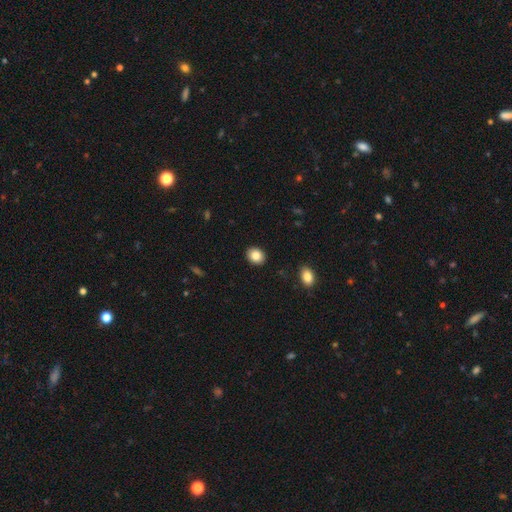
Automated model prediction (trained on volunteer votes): Q: Smooth or featured?
A: smooth (84%); runner-up: star or artifact (9%)
Q: How rounded?
A: round (54%); runner-up: in between (45%)
Q: Merging?
A: none (91%); runner-up: minor disturbance (6%)